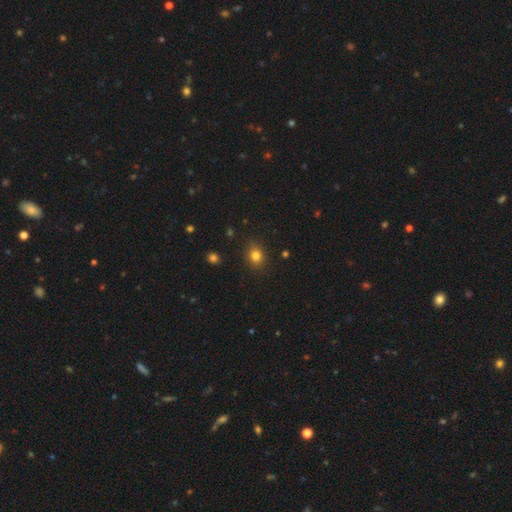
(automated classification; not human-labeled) A smooth galaxy with no disk features (81%) that is round (59%). Merging: none (86%).